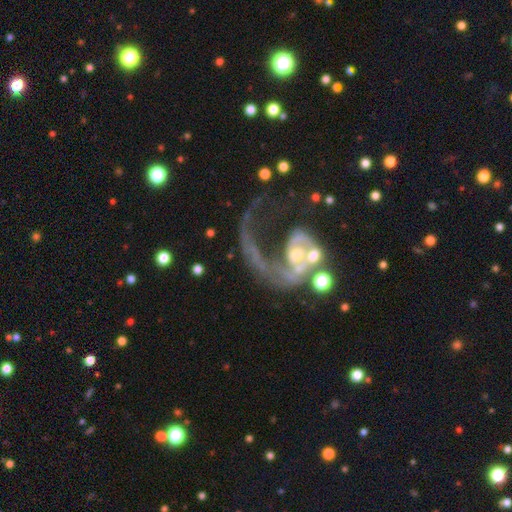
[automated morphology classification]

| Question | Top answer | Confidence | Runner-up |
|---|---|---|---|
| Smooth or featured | featured or disk | 81% | smooth (10%) |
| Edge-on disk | no | 98% | yes (2%) |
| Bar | no | 60% | weak (29%) |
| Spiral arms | yes | 83% | no (17%) |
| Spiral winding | loose | 59% | medium (29%) |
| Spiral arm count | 1 | 71% | 2 (20%) |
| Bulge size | small | 48% | moderate (35%) |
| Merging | major disturbance | 40% | none (25%) |